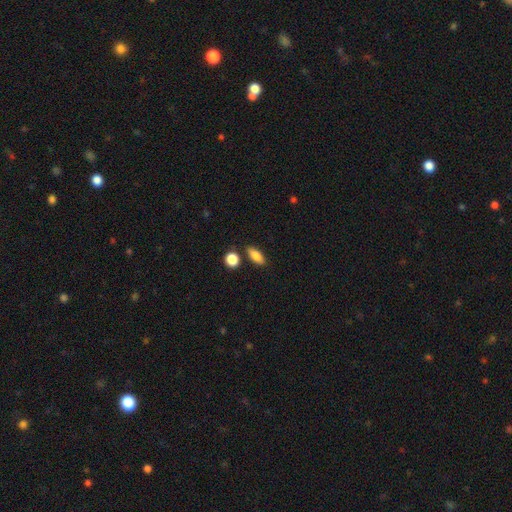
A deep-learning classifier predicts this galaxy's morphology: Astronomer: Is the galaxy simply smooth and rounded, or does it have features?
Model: smooth — 84%.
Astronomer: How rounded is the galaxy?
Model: in between — 80%.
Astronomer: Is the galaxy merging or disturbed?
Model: none — 80%.